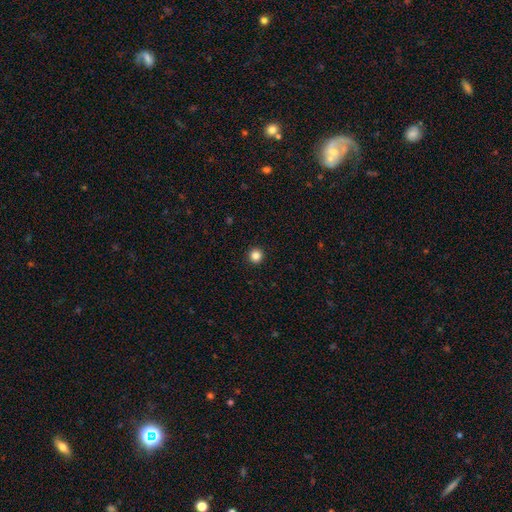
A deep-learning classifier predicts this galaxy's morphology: Q: Smooth or featured?
A: smooth (85%); runner-up: star or artifact (11%)
Q: How rounded?
A: round (96%); runner-up: in between (3%)
Q: Merging?
A: none (94%); runner-up: minor disturbance (4%)